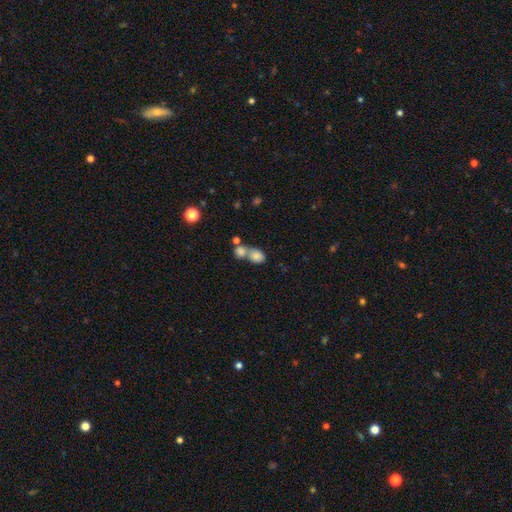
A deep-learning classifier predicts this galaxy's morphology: A smooth galaxy with no disk features (80%) that is in between round and cigar-shaped (56%). Merging: merger (60%).